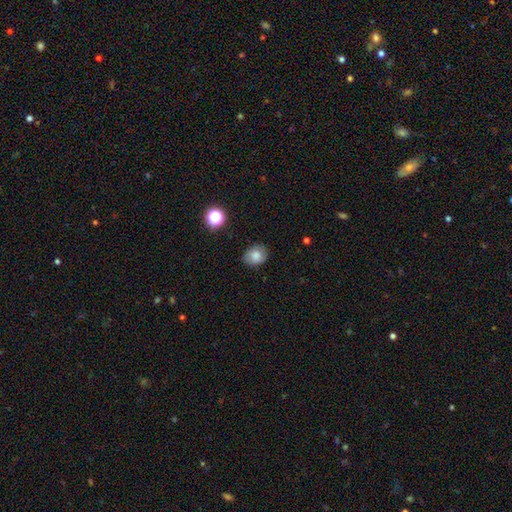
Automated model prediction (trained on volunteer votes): Q: Smooth or featured?
A: smooth (81%); runner-up: star or artifact (11%)
Q: How rounded?
A: round (53%); runner-up: in between (47%)
Q: Merging?
A: none (80%); runner-up: minor disturbance (15%)